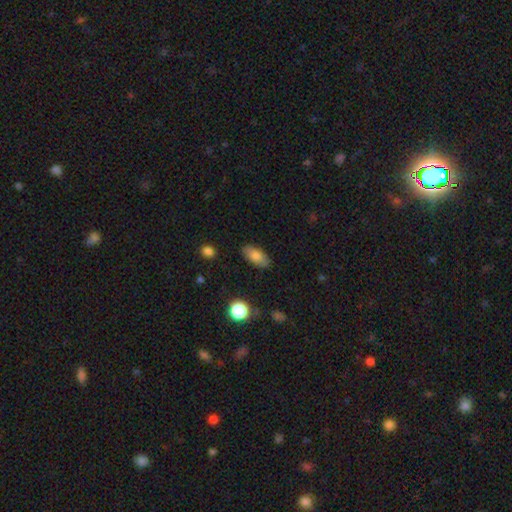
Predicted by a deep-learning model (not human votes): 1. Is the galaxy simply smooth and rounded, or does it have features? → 80% smooth, 13% featured or disk, 8% star or artifact.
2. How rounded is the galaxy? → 88% in between, 8% cigar-shaped, 4% round.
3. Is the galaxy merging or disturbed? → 85% none, 11% minor disturbance, 2% major disturbance, 1% merger.